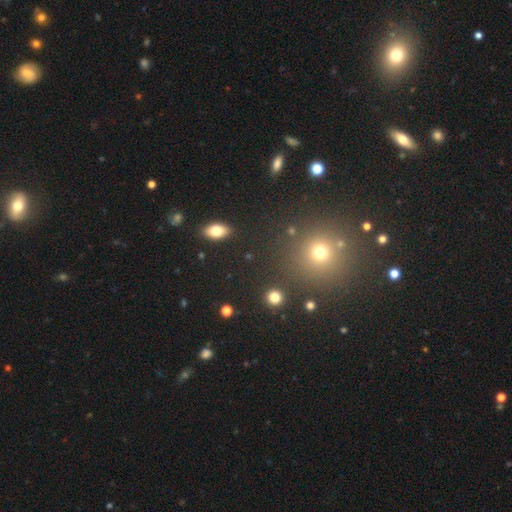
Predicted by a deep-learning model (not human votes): smooth-or-featured: star or artifact: 50% | smooth: 43% | featured or disk: 8%